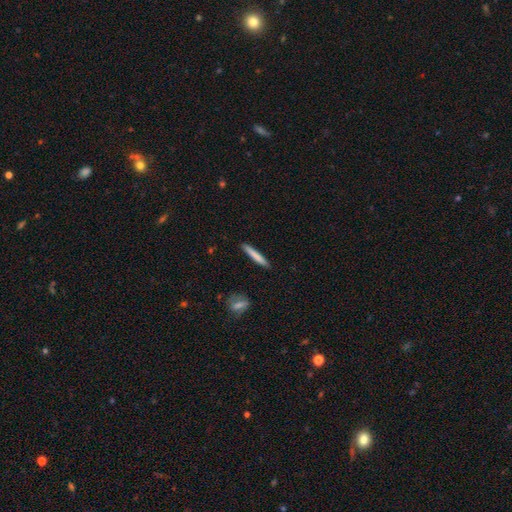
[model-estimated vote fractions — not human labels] Morphology: type=smooth (76%); roundness=cigar-shaped (95%); merging=none (90%).